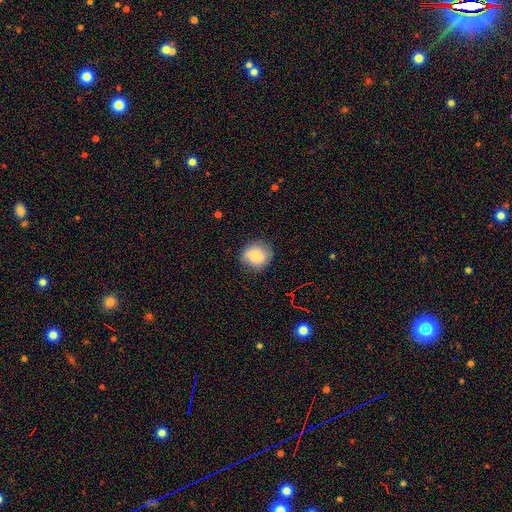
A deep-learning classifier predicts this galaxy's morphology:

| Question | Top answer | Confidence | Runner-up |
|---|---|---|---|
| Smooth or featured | smooth | 83% | featured or disk (8%) |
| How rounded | round | 82% | in between (17%) |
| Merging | none | 82% | minor disturbance (14%) |